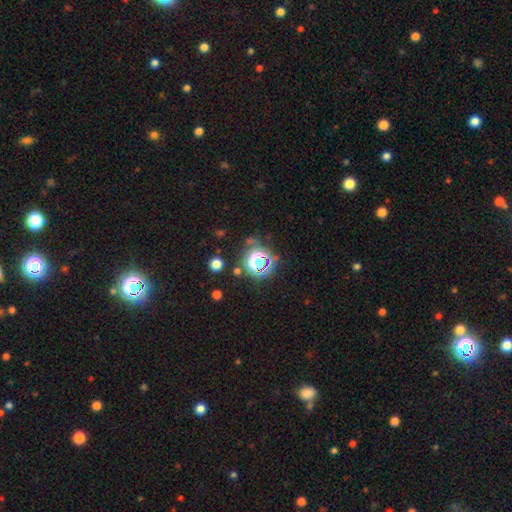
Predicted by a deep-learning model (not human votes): A star or artifact, not a galaxy (53%).